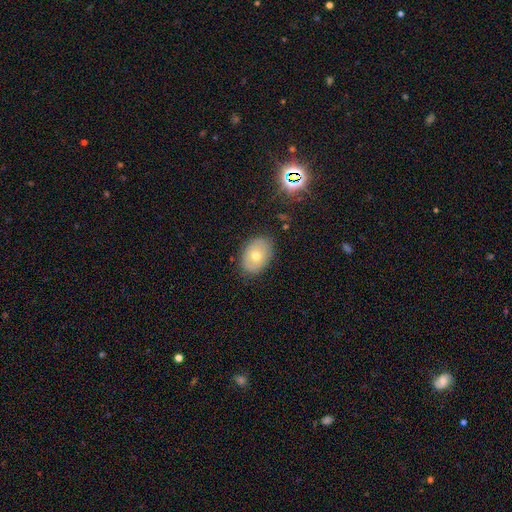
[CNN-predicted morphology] Smooth or featured? smooth (61%)
How rounded? in between (79%)
Merging? none (81%)